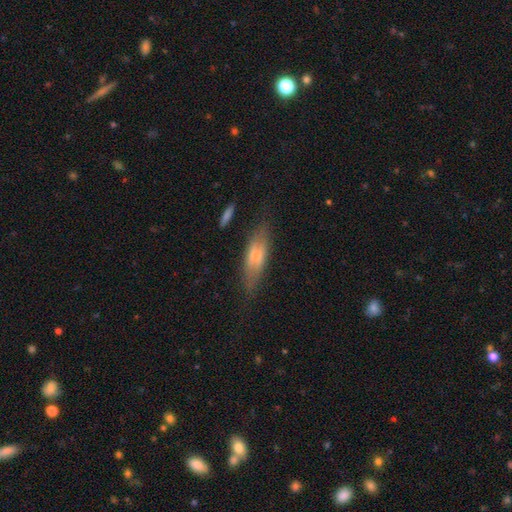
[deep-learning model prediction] This appears to be a smooth galaxy with no disk features (51%) that is cigar-shaped (57%). Merging: none (68%).